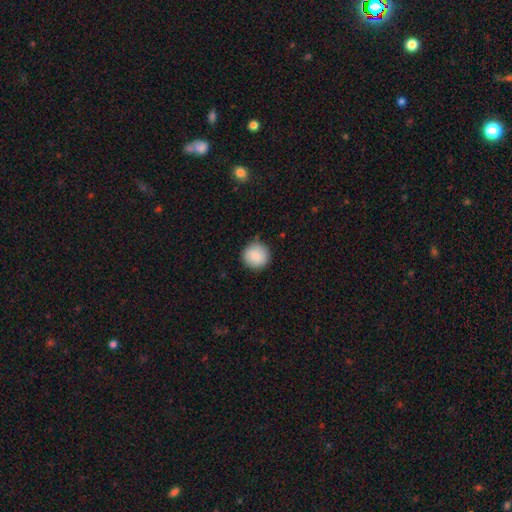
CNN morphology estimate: Overall: smooth (88%). How rounded: round (94%). Merging: none (87%).